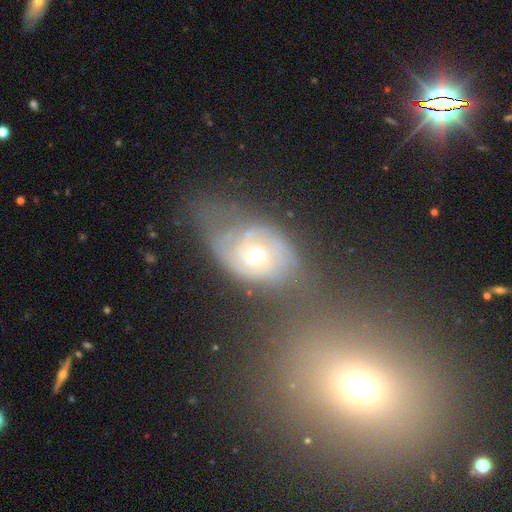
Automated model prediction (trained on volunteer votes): A featured or disk galaxy (75%) with no bar (73%), 2 (50%) tight (51%) spiral arms (88%) and a small central bulge (49%).

Vote fractions:
- Smooth or featured? featured or disk: 75% / smooth: 16% / star or artifact: 9%
- Edge-on disk? no: 96% / yes: 4%
- Bar? no: 73% / weak: 21% / strong: 5%
- Spiral arms? yes: 88% / no: 12%
- Spiral winding? tight: 51% / medium: 34% / loose: 15%
- Spiral arm count? 2: 50% / can't tell: 27% / 3: 10% / 1: 5% / 4: 4% / more than 4: 4%
- Bulge size? small: 49% / moderate: 47% / large: 2% / dominant: 1% / none: 1%
- Merging? none: 38% / major disturbance: 22% / merger: 22% / minor disturbance: 19%